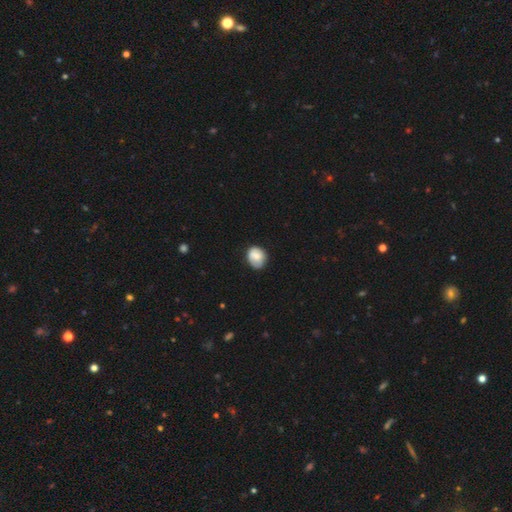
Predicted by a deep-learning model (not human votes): smooth-or-featured: smooth: 76% | featured or disk: 16% | star or artifact: 8%
  how-rounded: round: 61% | in between: 38% | cigar-shaped: 1%
  merging: none: 70% | minor disturbance: 24% | major disturbance: 4% | merger: 2%